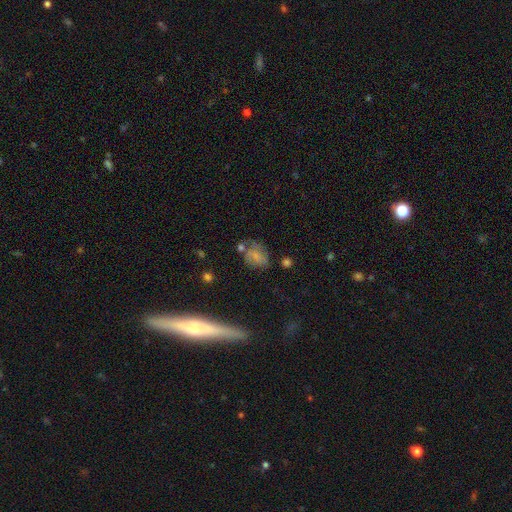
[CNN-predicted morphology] type=smooth (54%); roundness=in between (67%); merging=none (40%).